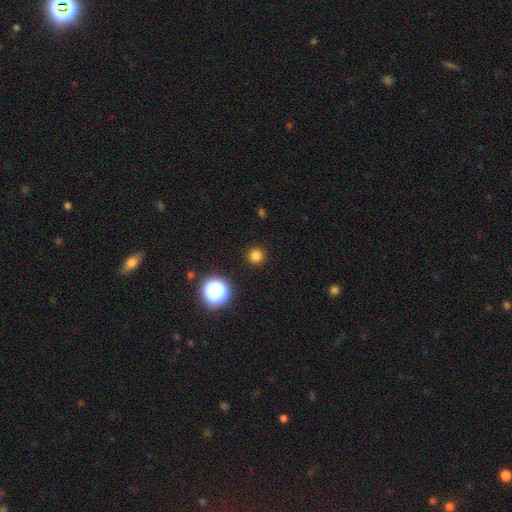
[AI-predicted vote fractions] This is likely a smooth galaxy (79%). How rounded: clearly round (96%). Merging: clearly none (92%).